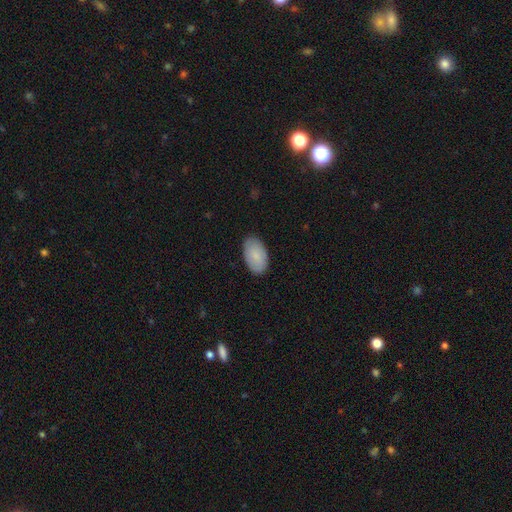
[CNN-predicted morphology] Smooth or featured: smooth — 85% (featured or disk — 9%)
How rounded: in between — 95% (round — 4%)
Merging: none — 85% (minor disturbance — 12%)